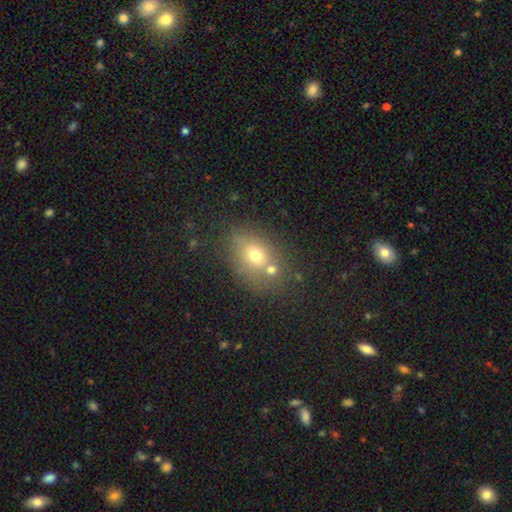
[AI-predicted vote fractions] Smooth or featured: smooth — 65% (featured or disk — 19%)
How rounded: in between — 62% (round — 36%)
Merging: none — 53% (merger — 27%)